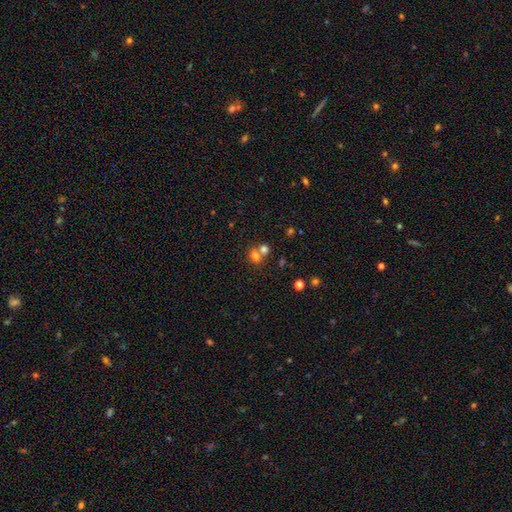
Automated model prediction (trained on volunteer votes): Smooth or featured? smooth (72%)
How rounded? round (60%)
Merging? merger (52%)